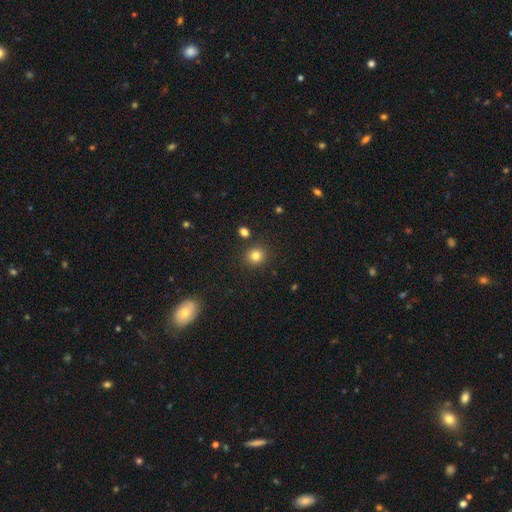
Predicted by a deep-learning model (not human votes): smooth_or_featured: smooth (p=0.82) [alt: star or artifact p=0.13]
how_rounded: round (p=0.86) [alt: in between p=0.13]
merging: none (p=0.88) [alt: minor disturbance p=0.07]